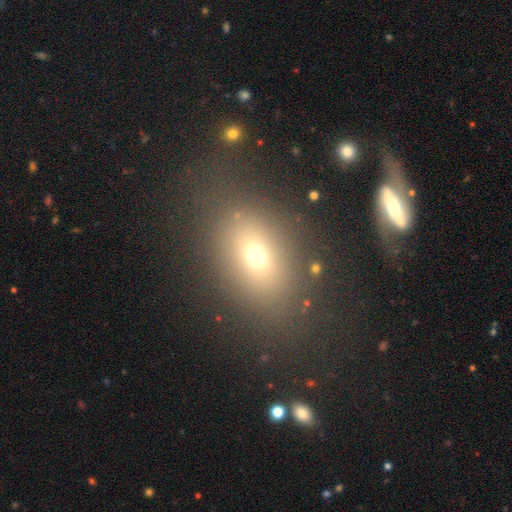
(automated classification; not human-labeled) The model was most divided on "how rounded": in between: 70%, round: 27%, cigar-shaped: 2%. More confident: merging — none (76%); smooth or featured — smooth (66%).